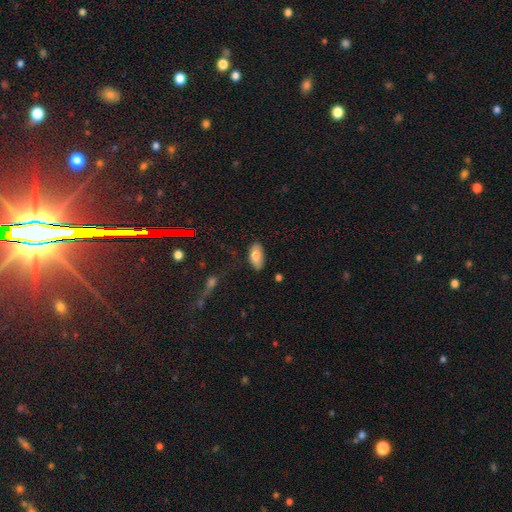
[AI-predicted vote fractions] Smooth or featured: smooth — 84% (featured or disk — 9%)
How rounded: in between — 92% (cigar-shaped — 6%)
Merging: none — 73% (minor disturbance — 21%)